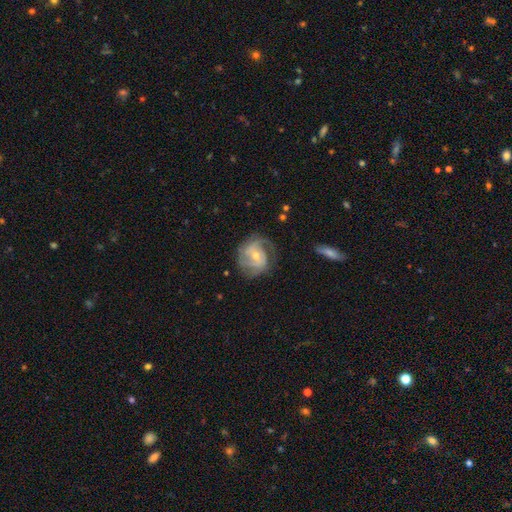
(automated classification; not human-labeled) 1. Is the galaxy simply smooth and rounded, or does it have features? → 84% featured or disk, 10% smooth, 7% star or artifact.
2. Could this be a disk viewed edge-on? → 97% no, 3% yes.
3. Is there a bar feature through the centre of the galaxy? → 55% no, 34% weak, 10% strong.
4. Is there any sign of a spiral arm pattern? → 95% yes, 5% no.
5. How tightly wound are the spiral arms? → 48% tight, 40% medium, 12% loose.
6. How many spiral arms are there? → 43% 2, 25% 3, 18% can't tell, 5% 4, 5% 1, 4% more than 4.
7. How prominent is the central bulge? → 50% small, 46% moderate, 2% large, 1% none, 1% dominant.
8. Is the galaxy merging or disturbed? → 72% none, 18% minor disturbance, 8% major disturbance, 2% merger.